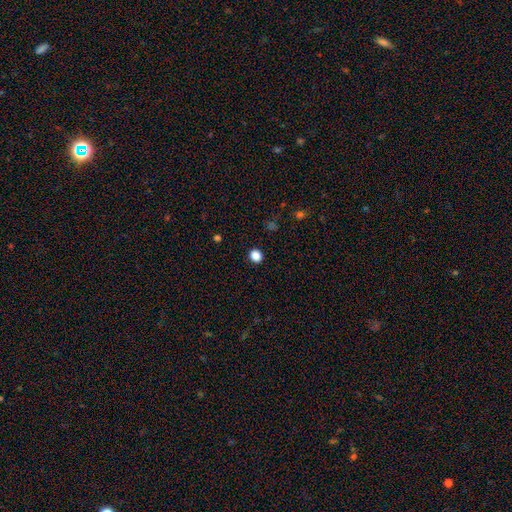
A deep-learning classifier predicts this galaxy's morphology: The model was most divided on "how rounded": round: 83%, in between: 16%, cigar-shaped: 1%. More confident: merging — none (92%); smooth or featured — smooth (86%).